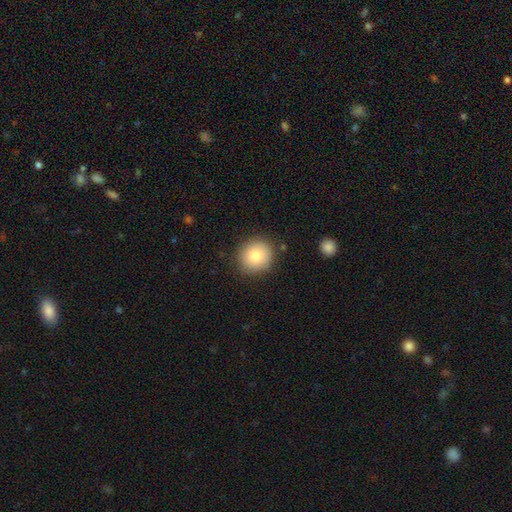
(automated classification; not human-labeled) Smooth or featured? smooth (81%)
How rounded? round (90%)
Merging? none (86%)